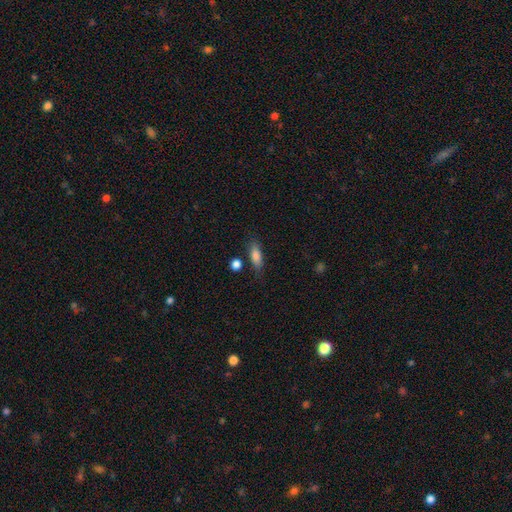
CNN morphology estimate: Smooth or featured: smooth — 81% (featured or disk — 11%)
How rounded: in between — 63% (cigar-shaped — 33%)
Merging: none — 74% (minor disturbance — 15%)